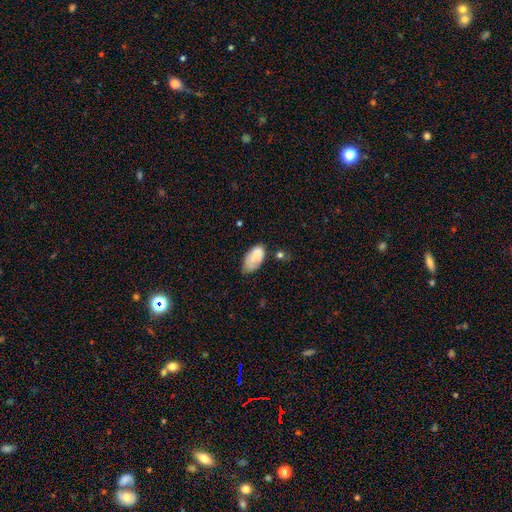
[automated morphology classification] This appears to be a smooth galaxy with no disk features (75%) that is in between round and cigar-shaped (94%). Merging: none (49%).